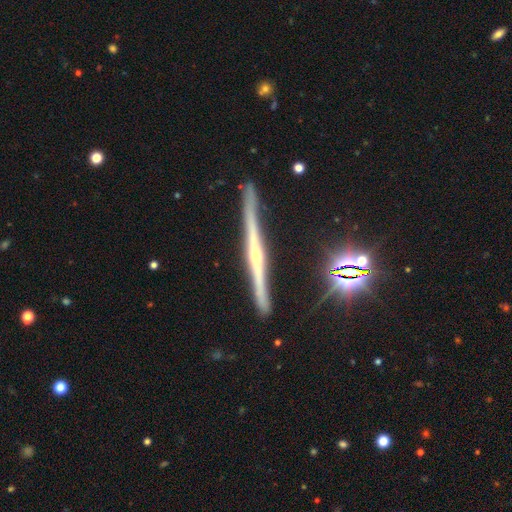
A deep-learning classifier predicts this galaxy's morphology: type=featured or disk (84%); edge-on=yes (98%); edge-on bulge=rounded (81%); merging=none (89%).